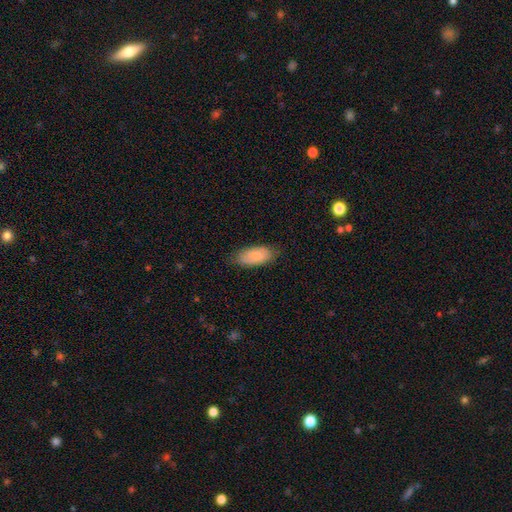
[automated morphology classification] type=smooth (83%); roundness=in between (89%); merging=none (78%).